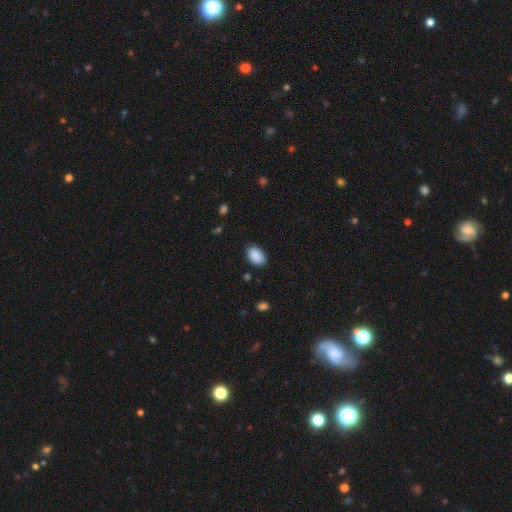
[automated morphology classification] Q: Smooth or featured?
A: smooth (90%); runner-up: star or artifact (7%)
Q: How rounded?
A: in between (91%); runner-up: round (8%)
Q: Merging?
A: none (85%); runner-up: minor disturbance (11%)